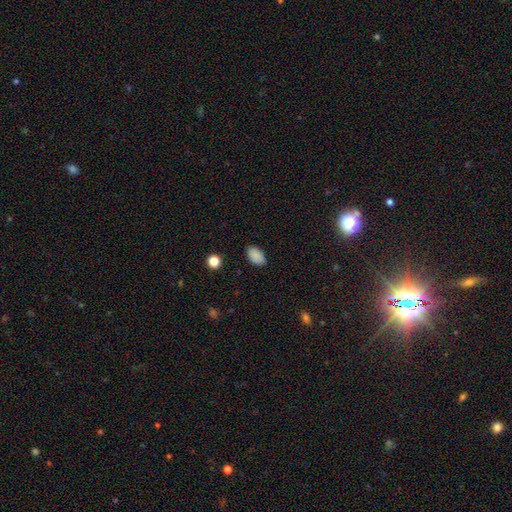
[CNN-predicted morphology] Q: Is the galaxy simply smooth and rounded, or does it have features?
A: smooth — 87%.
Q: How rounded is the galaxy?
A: in between — 92%.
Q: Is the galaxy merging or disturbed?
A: none — 86%.